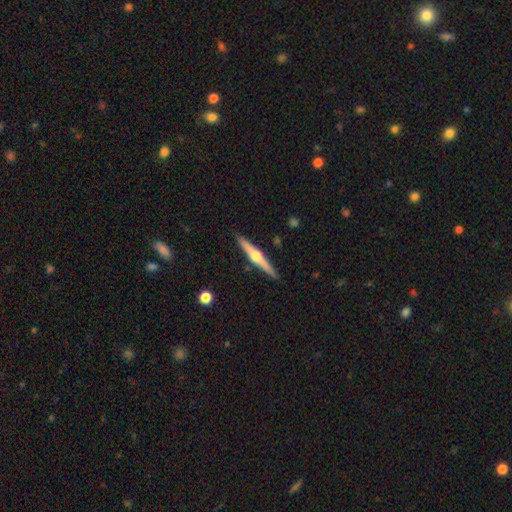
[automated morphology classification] smooth-or-featured: featured or disk: 74% | smooth: 21% | star or artifact: 5%
  disk-edge-on: yes: 98% | no: 2%
    edge-on-bulge: rounded: 93% | boxy: 4% | none: 3%
  merging: none: 91% | minor disturbance: 6% | major disturbance: 1% | merger: 1%